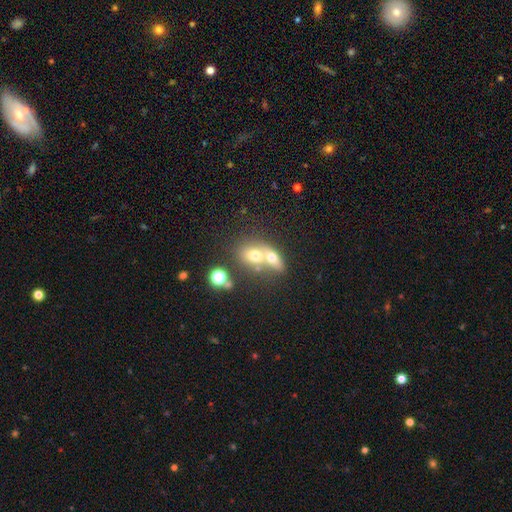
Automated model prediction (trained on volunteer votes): A smooth galaxy with no disk features (63%) that is in between round and cigar-shaped (52%).

Vote fractions:
- Smooth or featured? smooth: 63% / featured or disk: 25% / star or artifact: 12%
- How rounded? in between: 52% / round: 43% / cigar-shaped: 4%
- Merging? merger: 64% / none: 25% / minor disturbance: 7% / major disturbance: 5%